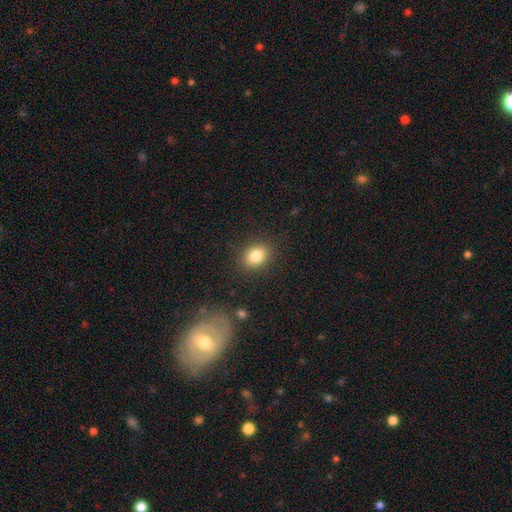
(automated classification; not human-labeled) A smooth galaxy with no disk features (82%) that is in between round and cigar-shaped (58%).

Vote fractions:
- Smooth or featured? smooth: 82% / star or artifact: 10% / featured or disk: 7%
- How rounded? in between: 58% / round: 41% / cigar-shaped: 1%
- Merging? none: 87% / minor disturbance: 9% / major disturbance: 3% / merger: 1%